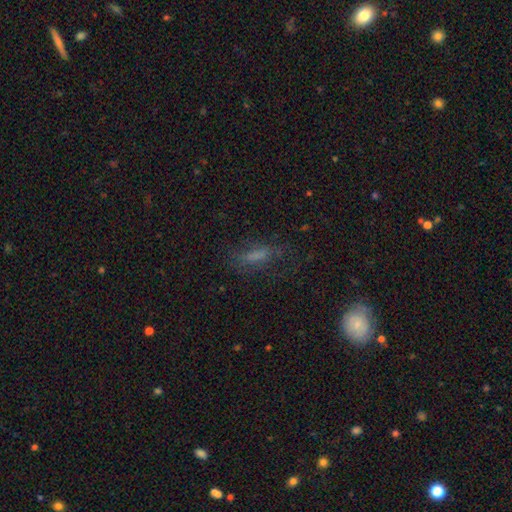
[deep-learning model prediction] Smooth or featured?
  - smooth: 58% *
  - featured or disk: 24%
  - star or artifact: 18%
How rounded?
  - cigar-shaped: 49% *
  - in between: 46%
  - round: 4%
Merging?
  - none: 58% *
  - minor disturbance: 21%
  - major disturbance: 19%
  - merger: 3%